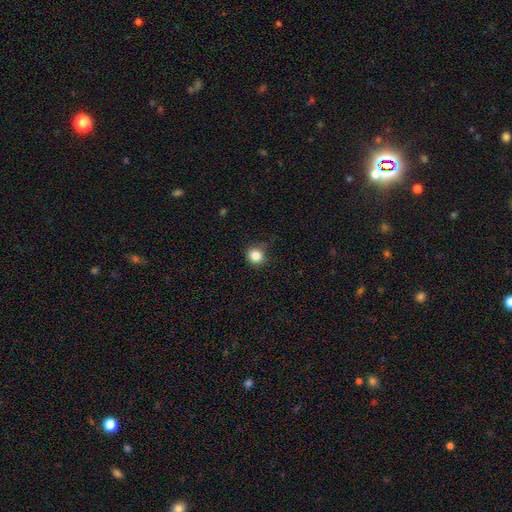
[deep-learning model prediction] smooth 84%, star or artifact 11%, featured or disk 5%. Down the decision tree: how rounded — round (87%); merging — none (77%).